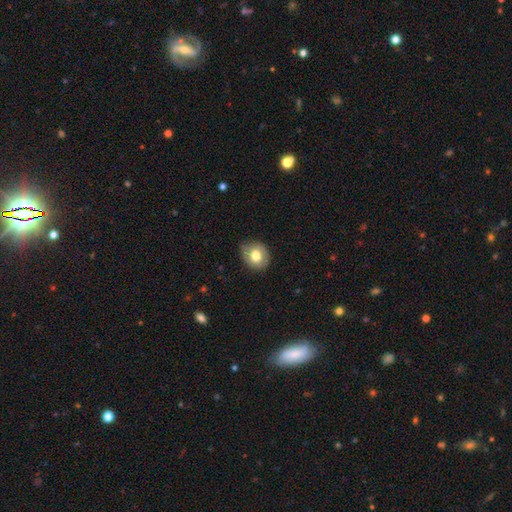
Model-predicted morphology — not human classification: Smooth or featured?
  - smooth: 74% *
  - featured or disk: 18%
  - star or artifact: 8%
How rounded?
  - round: 65% *
  - in between: 34%
  - cigar-shaped: 1%
Merging?
  - none: 74% *
  - minor disturbance: 21%
  - major disturbance: 4%
  - merger: 1%